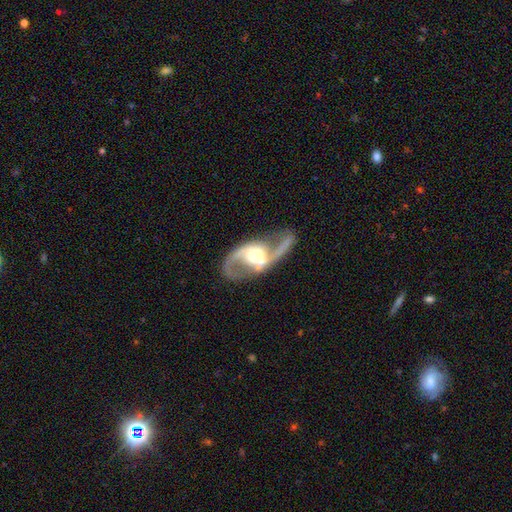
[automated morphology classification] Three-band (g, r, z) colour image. It shows a featured or disk galaxy (89%) with a weak bar (42%), 2 (92%) loose (48%) spiral arms (94%) and a moderate central bulge (55%). Merging: none (68%).